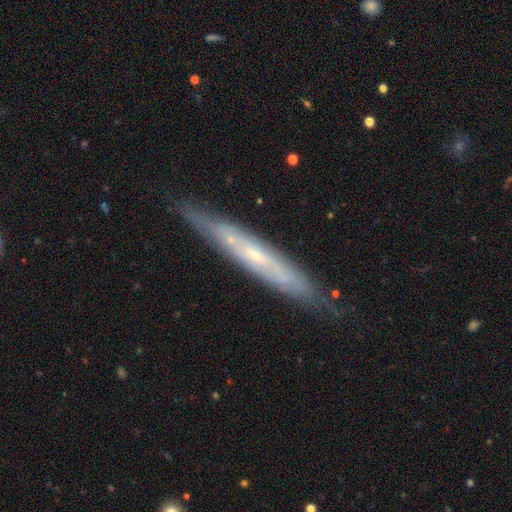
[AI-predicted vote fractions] Smooth or featured? Predicted: featured or disk (p=0.68). Edge-on disk? Predicted: yes (p=0.70). Merging? Predicted: none (p=0.80).